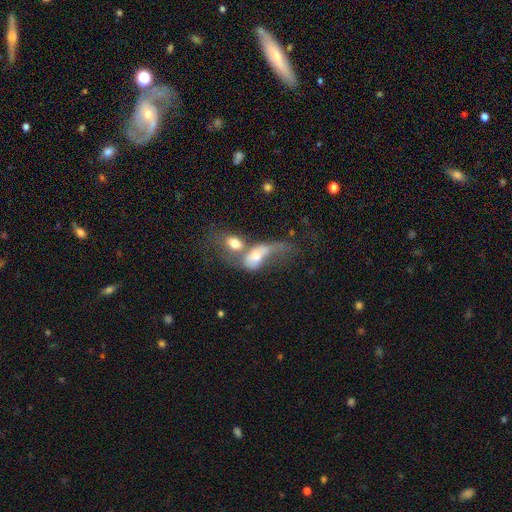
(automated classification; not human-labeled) Morphology: type=featured or disk (45%); merging=merger (46%).